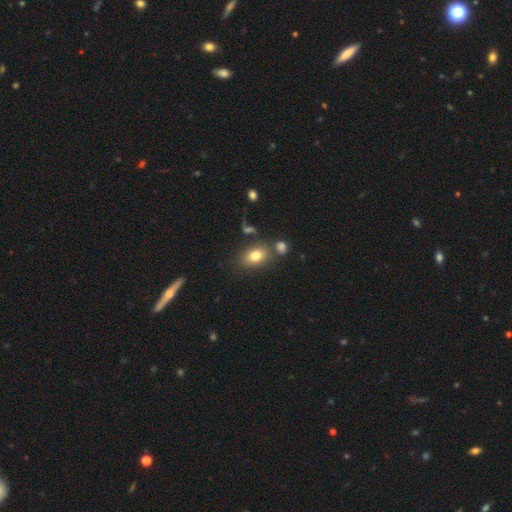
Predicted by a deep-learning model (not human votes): The model was most divided on "merging": none: 70%, minor disturbance: 13%, merger: 12%, major disturbance: 5%. More confident: how rounded — in between (81%); smooth or featured — smooth (79%).